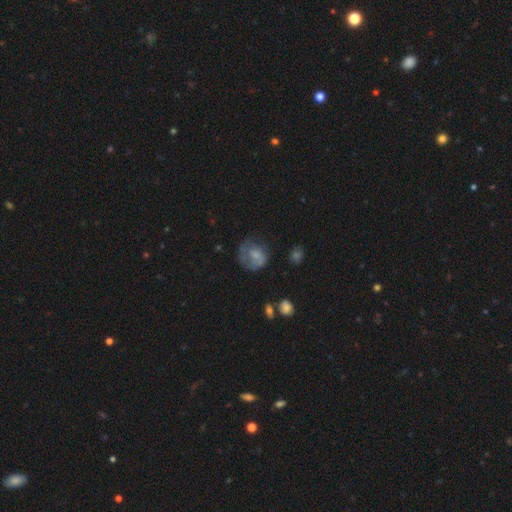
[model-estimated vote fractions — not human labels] Smooth or featured: smooth — 56% (featured or disk — 33%)
How rounded: round — 70% (in between — 29%)
Merging: none — 42% (major disturbance — 30%)